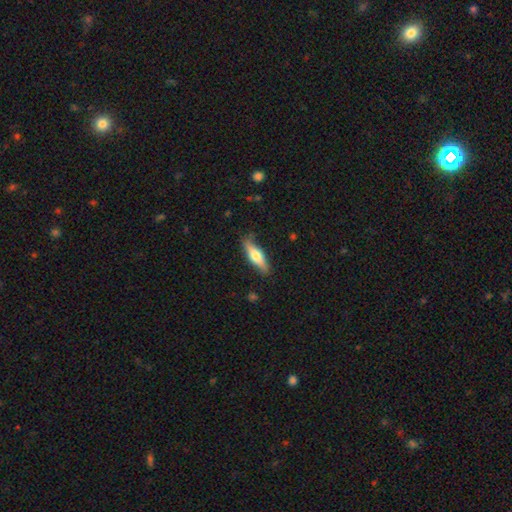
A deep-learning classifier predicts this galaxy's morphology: The model was most divided on "smooth or featured": smooth: 51%, featured or disk: 43%, star or artifact: 6%. More confident: merging — none (82%); how rounded — cigar-shaped (61%).